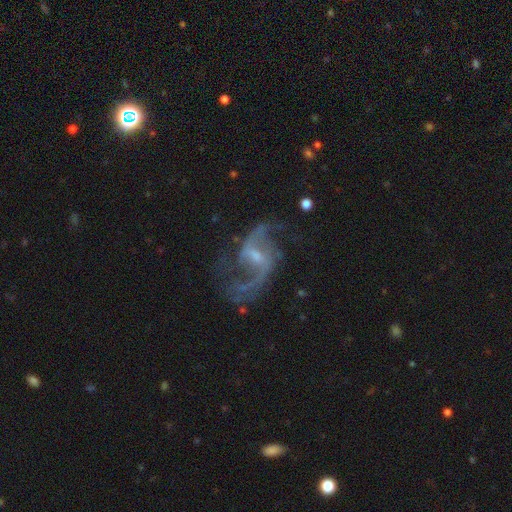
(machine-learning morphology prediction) smooth-or-featured: featured or disk: 90% | star or artifact: 6% | smooth: 4%
  disk-edge-on: no: 97% | yes: 3%
    bar: weak: 56% | no: 24% | strong: 20%
    has-spiral-arms: yes: 96% | no: 4%
      spiral-winding: loose: 71% | medium: 25% | tight: 4%
      spiral-arm-count: 2: 91% | can't tell: 3% | 1: 2% | 3: 2% | 4: 1% | more than 4: 1%
    bulge-size: small: 59% | moderate: 29% | none: 9% | large: 2% | dominant: 1%
  merging: none: 67% | minor disturbance: 16% | major disturbance: 14% | merger: 3%